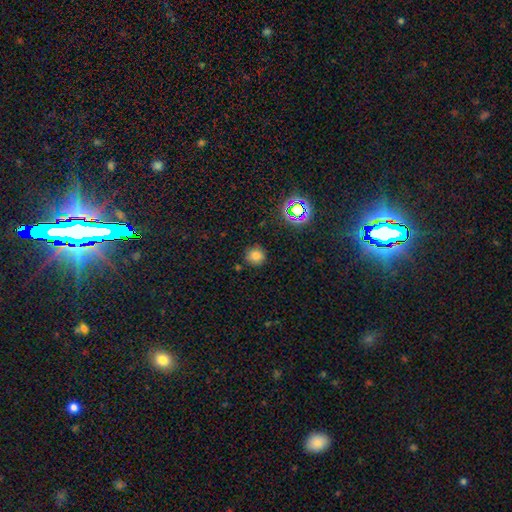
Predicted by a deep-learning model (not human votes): Smooth or featured?
  - smooth: 77% *
  - star or artifact: 17%
  - featured or disk: 6%
How rounded?
  - round: 90% *
  - in between: 9%
  - cigar-shaped: 1%
Merging?
  - none: 85% *
  - minor disturbance: 10%
  - major disturbance: 3%
  - merger: 2%